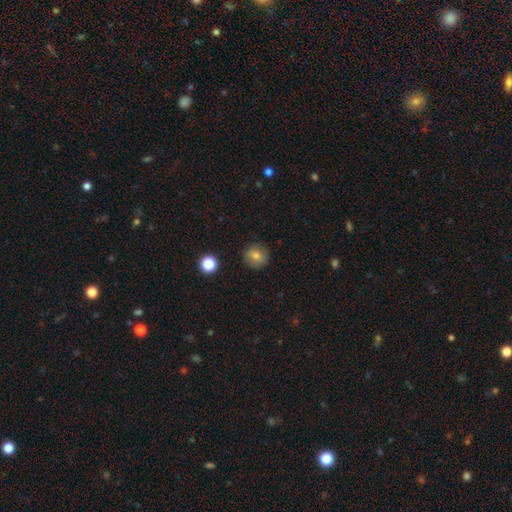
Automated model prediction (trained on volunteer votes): A smooth galaxy with no disk features (78%) that is round (88%). Merging: none (88%).